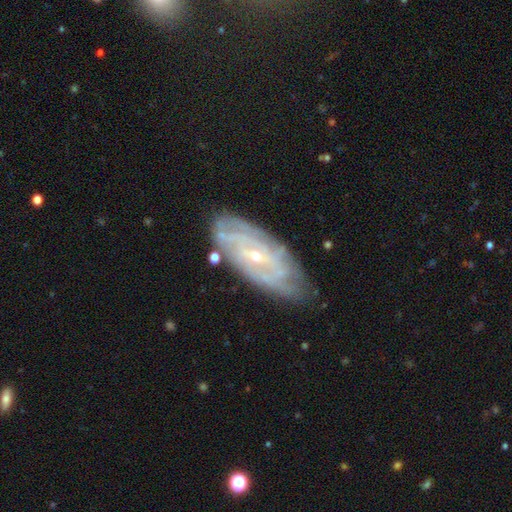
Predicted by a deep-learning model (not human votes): A featured or disk galaxy (83%) with no bar (45%), tight (70%) spiral arms (92%) and a small central bulge (78%). Merging: none (74%).